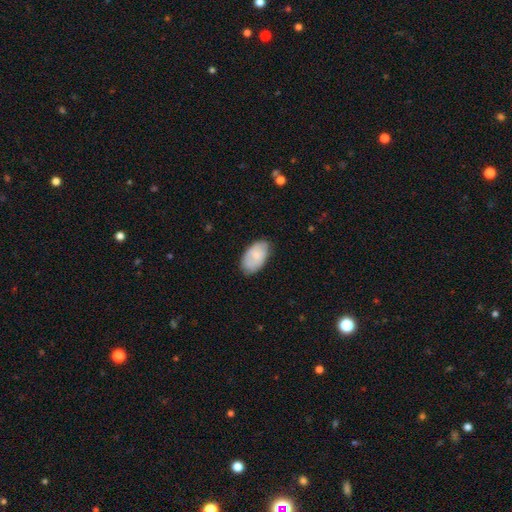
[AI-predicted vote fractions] smooth_or_featured: smooth (p=0.78) [alt: featured or disk p=0.16]
how_rounded: in between (p=0.95) [alt: round p=0.04]
merging: none (p=0.73) [alt: minor disturbance p=0.22]